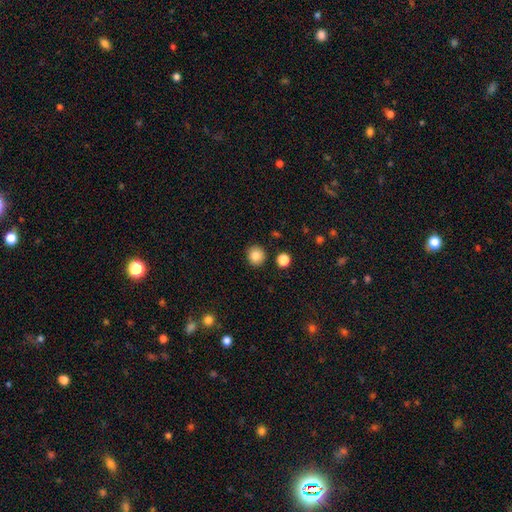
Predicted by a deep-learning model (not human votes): The model was most divided on "smooth or featured": smooth: 84%, star or artifact: 10%, featured or disk: 6%. More confident: how rounded — round (89%); merging — none (89%).